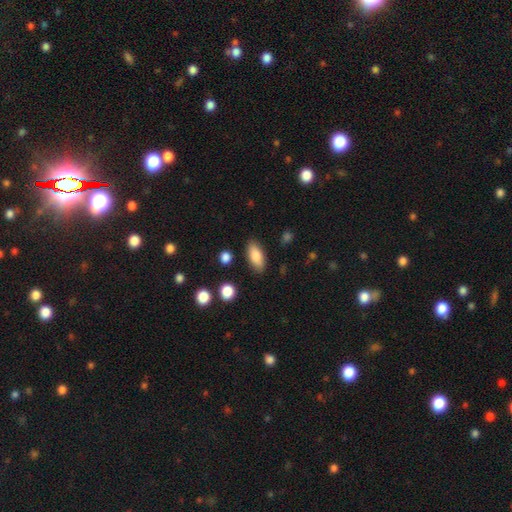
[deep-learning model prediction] Smooth or featured? smooth (83%)
How rounded? in between (84%)
Merging? none (85%)